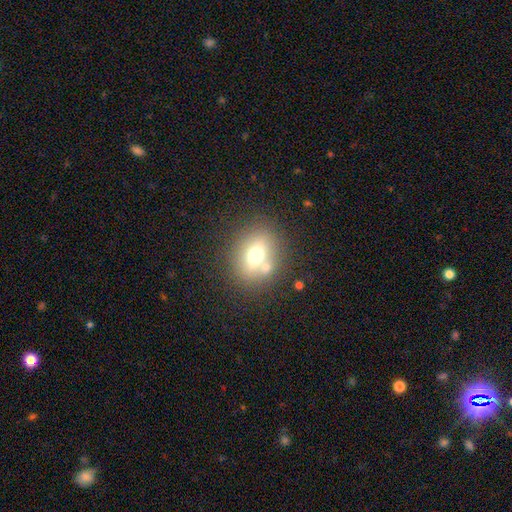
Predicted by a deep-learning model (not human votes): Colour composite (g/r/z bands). It shows a smooth galaxy with no disk features (63%) that is in between round and cigar-shaped (50%). Merging: none (64%).